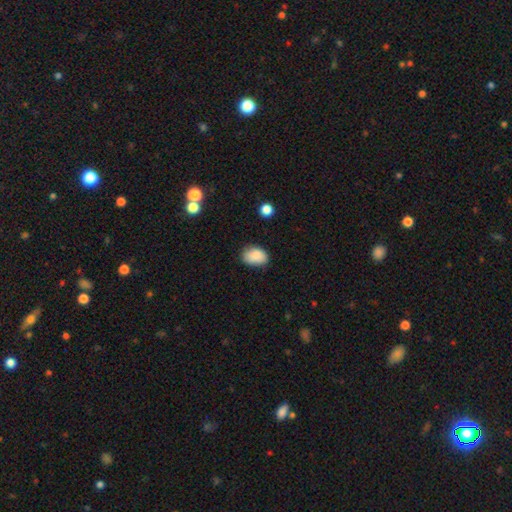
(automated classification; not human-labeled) smooth 86%, star or artifact 8%, featured or disk 6%. Down the decision tree: how rounded — in between (81%); merging — none (71%).